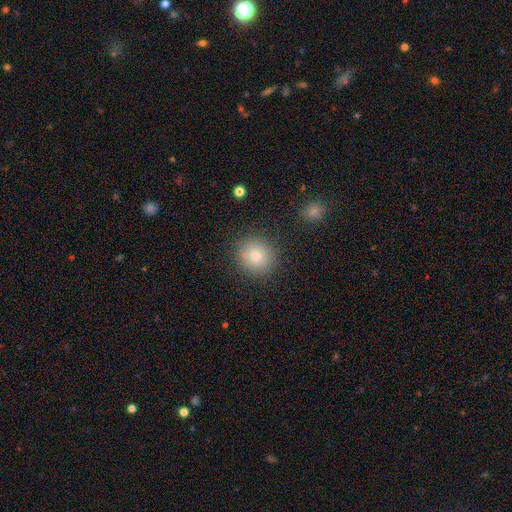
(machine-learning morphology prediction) A smooth galaxy with no disk features (81%) that is round (87%). Merging: none (83%).